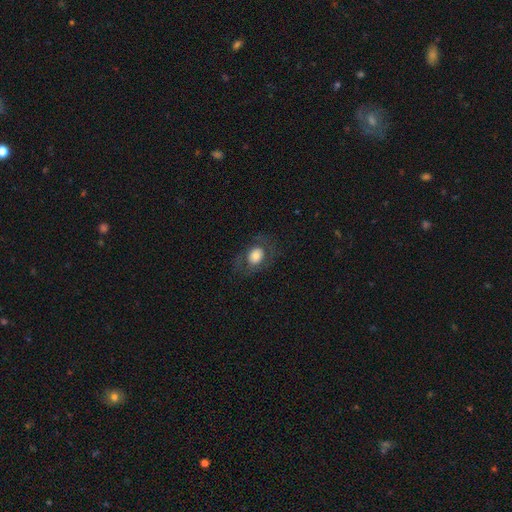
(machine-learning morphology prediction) This is likely a smooth galaxy (66%). How rounded: likely in between (60%). Merging: likely none (72%).